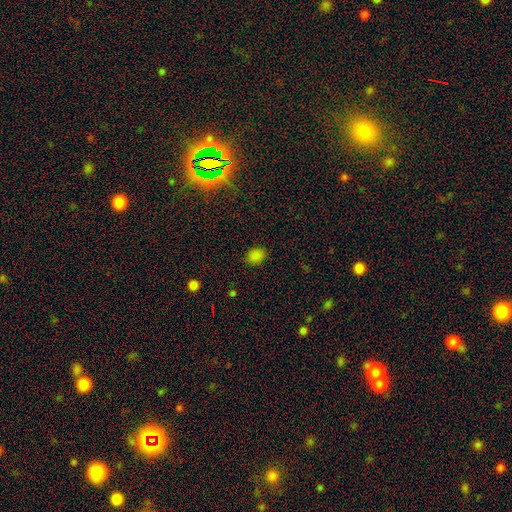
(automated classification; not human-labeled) A smooth galaxy with no disk features (80%) that is in between round and cigar-shaped (64%). Merging: none (84%).